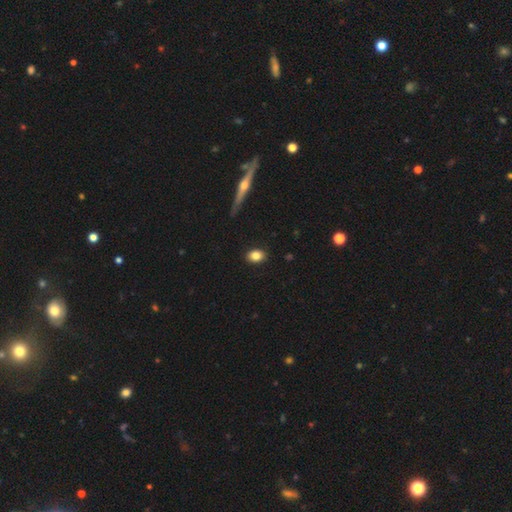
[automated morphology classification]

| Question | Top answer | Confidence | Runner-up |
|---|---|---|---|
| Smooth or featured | smooth | 84% | star or artifact (8%) |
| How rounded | in between | 74% | round (24%) |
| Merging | none | 89% | minor disturbance (8%) |